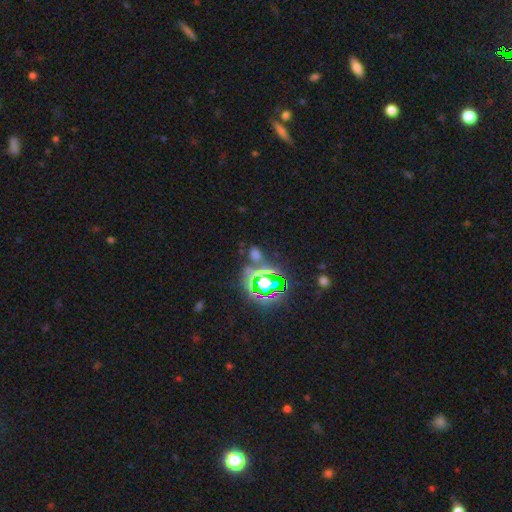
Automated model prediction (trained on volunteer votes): smooth-or-featured: star or artifact: 58% | smooth: 33% | featured or disk: 9%